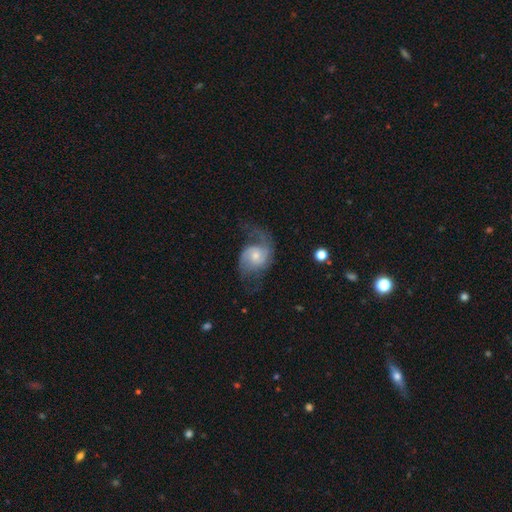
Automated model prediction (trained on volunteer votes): The model was most divided on "spiral winding": loose: 43%, medium: 41%, tight: 15%. Remaining: edge-on disk — no (97%); spiral arms — yes (93%); spiral arm count — 2 (77%); smooth or featured — featured or disk (77%); bar — no (65%); merging — none (50%); bulge size — moderate (49%).